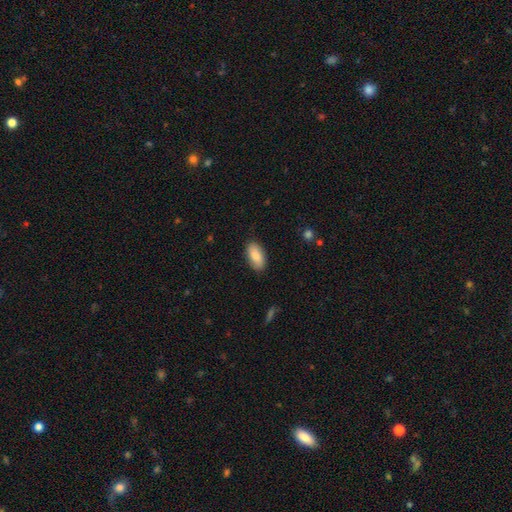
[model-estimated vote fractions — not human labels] smooth_or_featured: smooth (p=0.85) [alt: featured or disk p=0.09]
how_rounded: in between (p=0.93) [alt: cigar-shaped p=0.05]
merging: none (p=0.86) [alt: minor disturbance p=0.10]